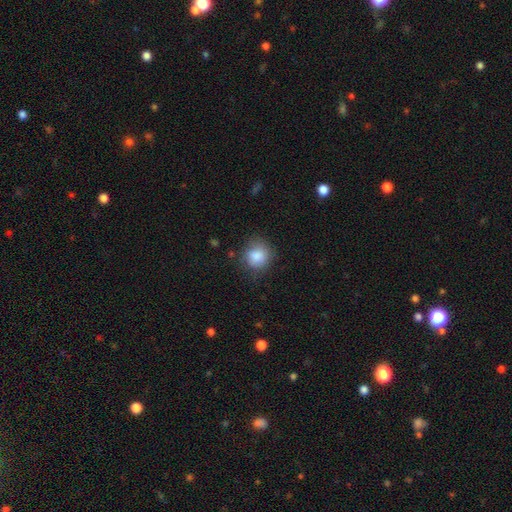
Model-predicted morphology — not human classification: Smooth or featured: smooth — 84% (star or artifact — 9%)
How rounded: round — 83% (in between — 16%)
Merging: none — 75% (minor disturbance — 19%)